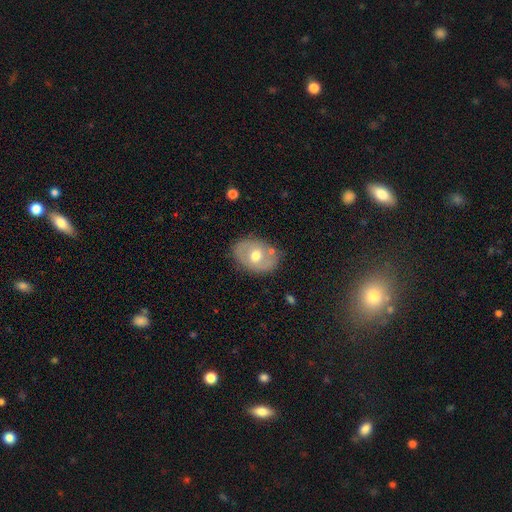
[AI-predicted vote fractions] Overall: smooth (53%; featured or disk 40%). How rounded: in between (72%). Merging: none (74%).